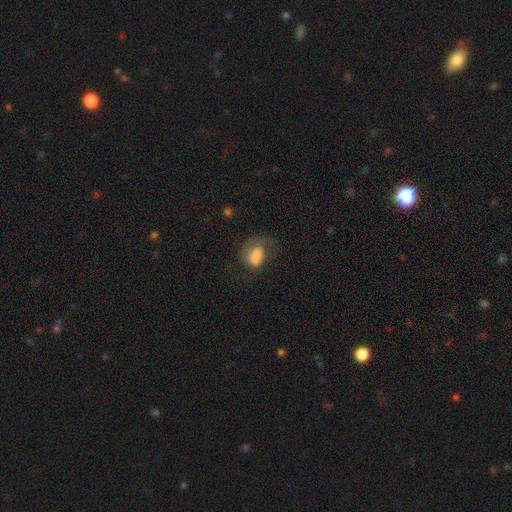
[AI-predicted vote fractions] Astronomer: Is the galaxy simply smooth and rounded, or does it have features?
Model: smooth — 70%.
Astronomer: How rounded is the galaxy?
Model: in between — 75%.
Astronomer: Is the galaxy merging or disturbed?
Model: major disturbance — 39% (runner-up: none, 31%).